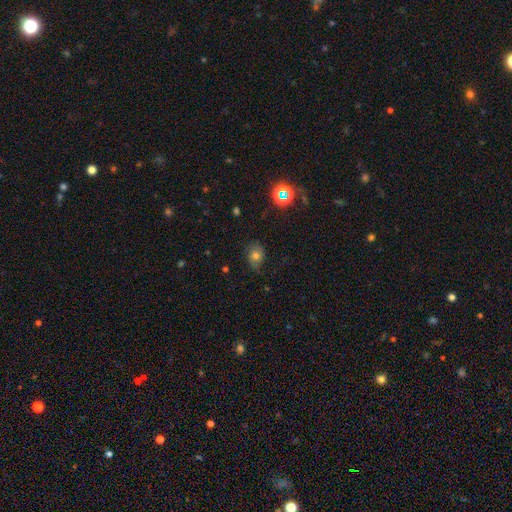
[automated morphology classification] smooth_or_featured: smooth (p=0.65) [alt: star or artifact p=0.18]
how_rounded: round (p=0.51) [alt: in between p=0.48]
merging: none (p=0.66) [alt: minor disturbance p=0.25]